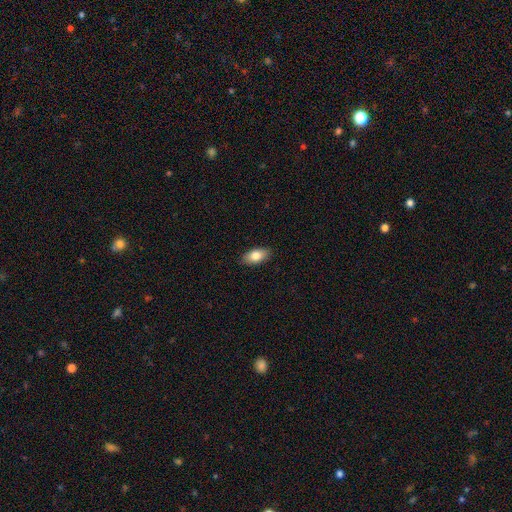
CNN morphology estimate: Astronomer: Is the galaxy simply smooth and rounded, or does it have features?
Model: smooth — 81%.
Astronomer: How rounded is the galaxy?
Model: in between — 91%.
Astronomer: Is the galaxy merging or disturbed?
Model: none — 88%.